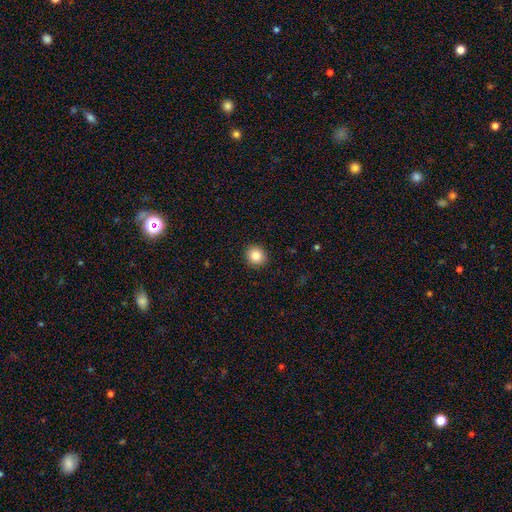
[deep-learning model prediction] Morphology: type=smooth (84%); roundness=round (85%); merging=none (92%).